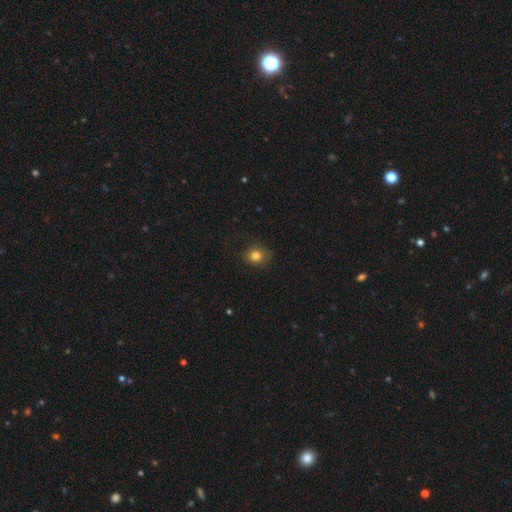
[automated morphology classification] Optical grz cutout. It shows a smooth galaxy with no disk features (80%) that is round (80%). Merging: none (82%).